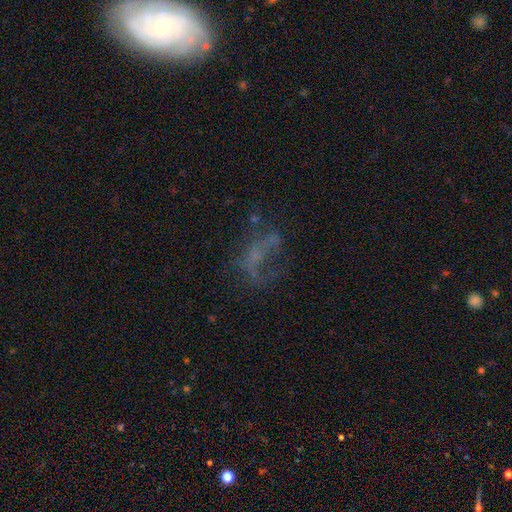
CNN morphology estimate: A featured or disk galaxy (48%).

Vote fractions:
- Smooth or featured? featured or disk: 48% / star or artifact: 27% / smooth: 25%
- Merging? none: 40% / major disturbance: 38% / minor disturbance: 16% / merger: 6%